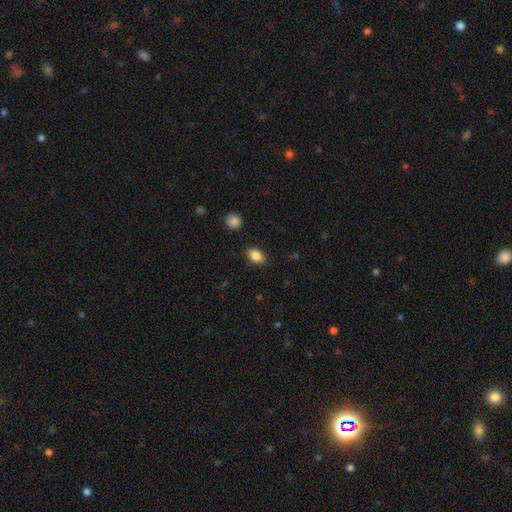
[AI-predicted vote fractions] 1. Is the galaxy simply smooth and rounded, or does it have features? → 86% smooth, 8% star or artifact, 6% featured or disk.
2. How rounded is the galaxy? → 85% in between, 14% round, 2% cigar-shaped.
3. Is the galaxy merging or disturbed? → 88% none, 8% minor disturbance, 2% major disturbance, 1% merger.